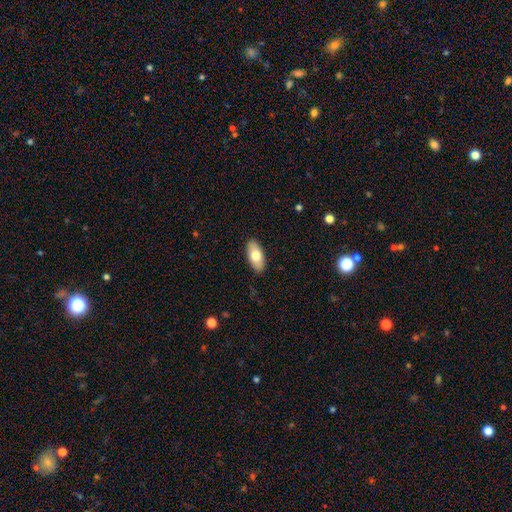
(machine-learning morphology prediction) This is likely a smooth galaxy (74%). How rounded: clearly in between (91%). Merging: clearly none (89%).